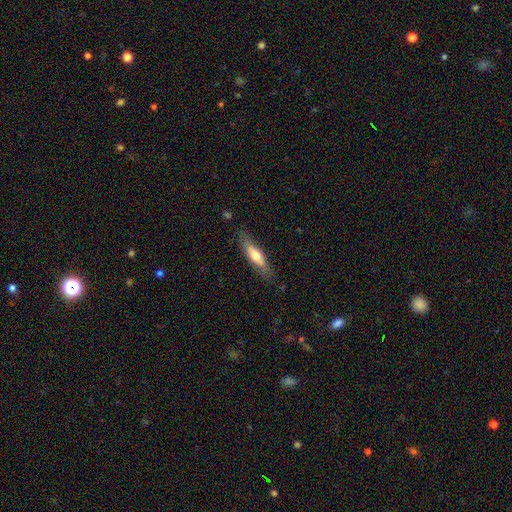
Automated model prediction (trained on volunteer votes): smooth-or-featured: smooth: 53% | featured or disk: 41% | star or artifact: 6%
  how-rounded: cigar-shaped: 70% | in between: 28% | round: 2%
  merging: none: 82% | minor disturbance: 13% | major disturbance: 3% | merger: 1%